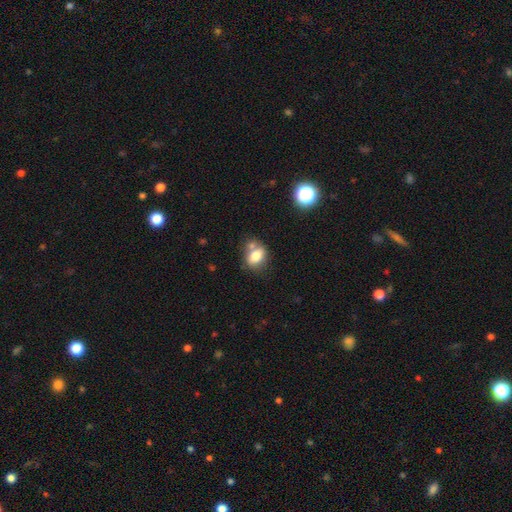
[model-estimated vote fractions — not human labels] Morphology: type=smooth (77%); roundness=in between (62%); merging=none (49%).